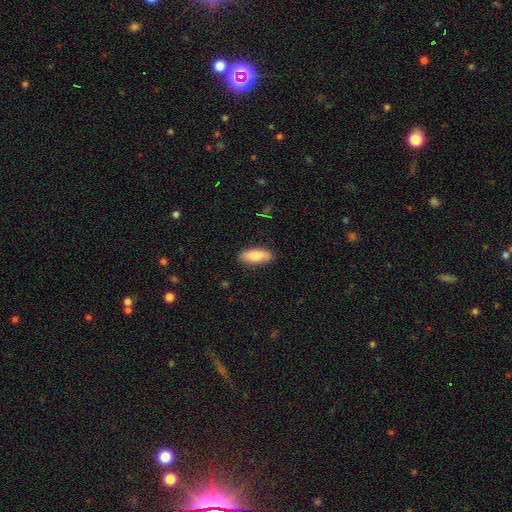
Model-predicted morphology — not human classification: A smooth galaxy with no disk features (87%) that is in between round and cigar-shaped (75%).

Vote fractions:
- Smooth or featured? smooth: 87% / featured or disk: 7% / star or artifact: 6%
- How rounded? in between: 75% / cigar-shaped: 23% / round: 2%
- Merging? none: 87% / minor disturbance: 10% / major disturbance: 2% / merger: 1%